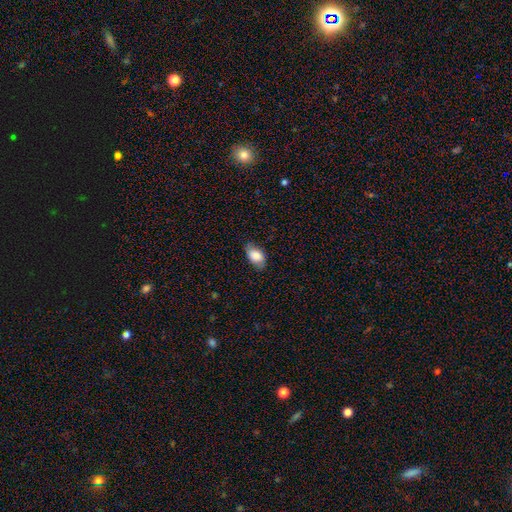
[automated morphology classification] type=smooth (81%); roundness=in between (90%); merging=none (77%).